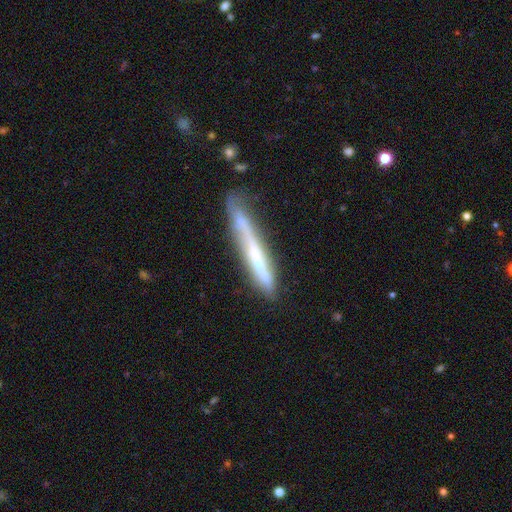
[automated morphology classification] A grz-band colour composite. It shows a featured or disk galaxy (57%) viewed edge-on (83%). Merging: none (57%).